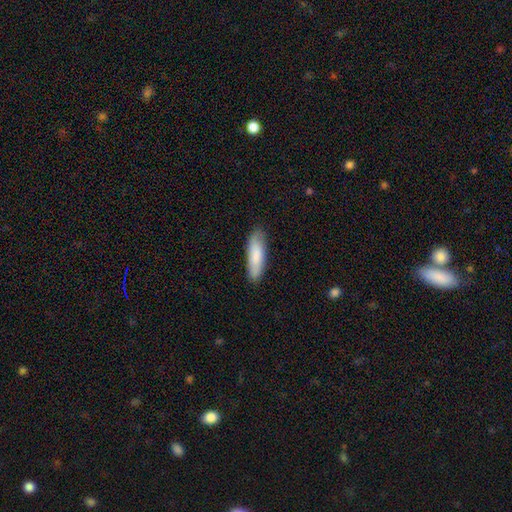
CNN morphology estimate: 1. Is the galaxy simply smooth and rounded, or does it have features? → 81% smooth, 14% featured or disk, 6% star or artifact.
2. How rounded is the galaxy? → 57% cigar-shaped, 42% in between, 2% round.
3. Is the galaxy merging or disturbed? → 83% none, 14% minor disturbance, 2% major disturbance, 1% merger.